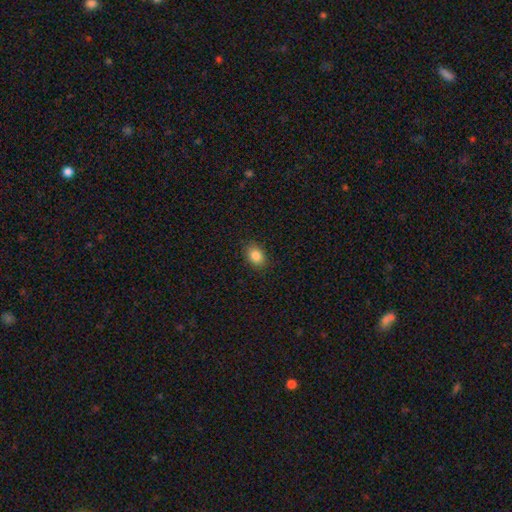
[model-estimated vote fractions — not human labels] Q: Smooth or featured?
A: smooth (86%); runner-up: star or artifact (9%)
Q: How rounded?
A: in between (69%); runner-up: round (30%)
Q: Merging?
A: none (88%); runner-up: minor disturbance (9%)